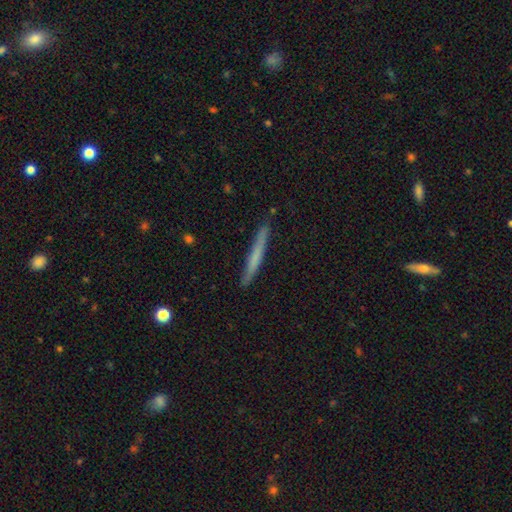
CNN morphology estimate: smooth_or_featured: smooth (p=0.57) [alt: featured or disk p=0.38]
how_rounded: cigar-shaped (p=0.97) [alt: in between p=0.02]
merging: none (p=0.89) [alt: minor disturbance p=0.08]